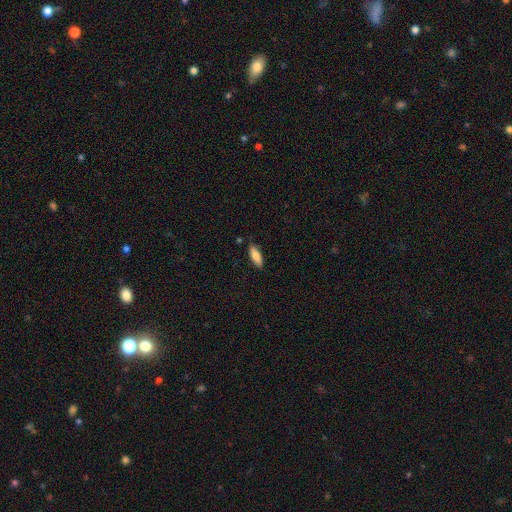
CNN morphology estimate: type=smooth (78%); roundness=in between (59%); merging=none (85%).